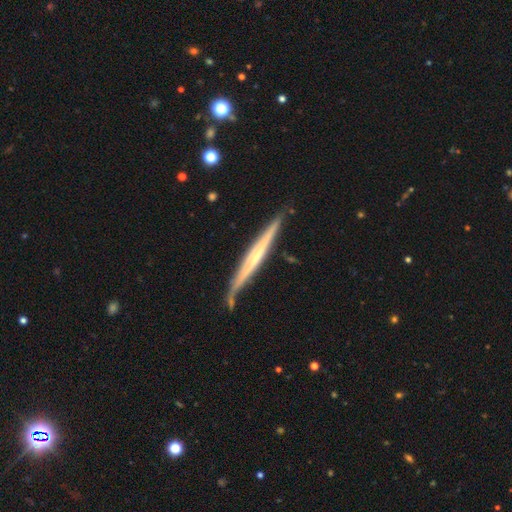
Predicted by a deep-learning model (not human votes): smooth_or_featured: featured or disk (p=0.66) [alt: smooth p=0.28]
disk_edge_on: yes (p=0.97) [alt: no p=0.03]
edge_on_bulge: none (p=0.62) [alt: rounded p=0.30]
merging: none (p=0.82) [alt: minor disturbance p=0.13]